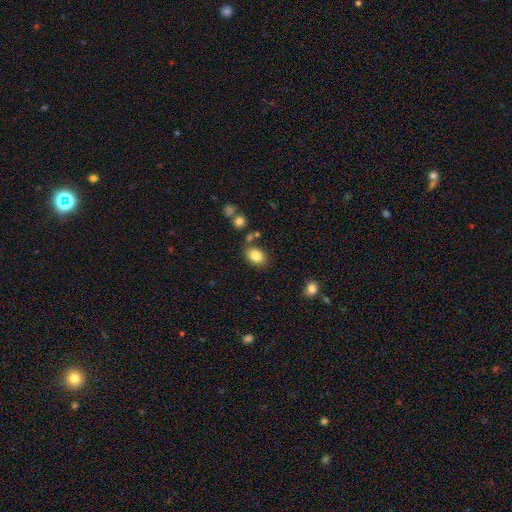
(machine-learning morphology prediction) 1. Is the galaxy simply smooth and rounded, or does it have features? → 83% smooth, 9% star or artifact, 8% featured or disk.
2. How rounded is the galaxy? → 77% in between, 22% round, 1% cigar-shaped.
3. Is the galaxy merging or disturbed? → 78% none, 12% minor disturbance, 6% merger, 3% major disturbance.